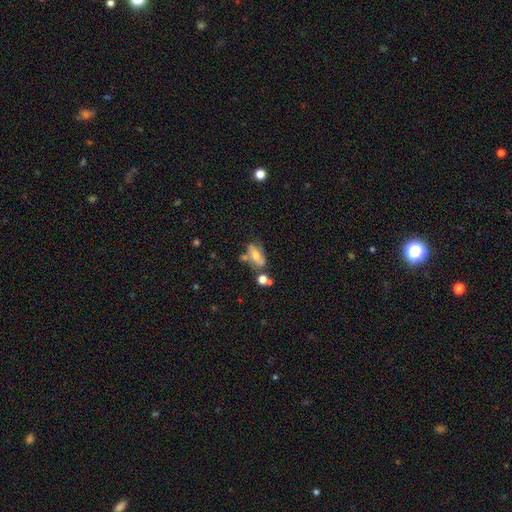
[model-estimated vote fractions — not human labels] Overall: smooth (51%; featured or disk 39%). How rounded: in between (82%). Merging: none (50%; minor disturbance 21%).